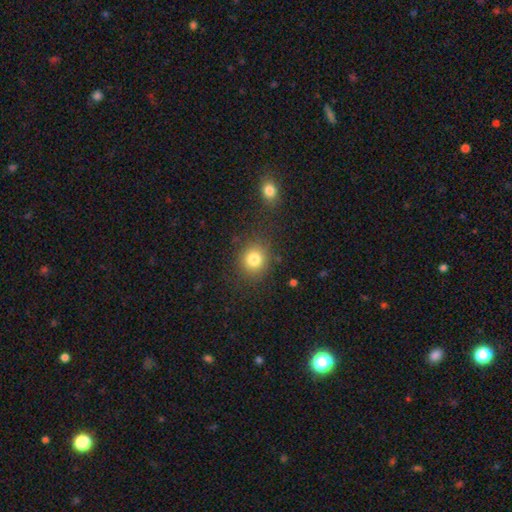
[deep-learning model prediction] smooth_or_featured: smooth (p=0.81) [alt: star or artifact p=0.12]
how_rounded: round (p=0.80) [alt: in between p=0.19]
merging: none (p=0.83) [alt: minor disturbance p=0.09]